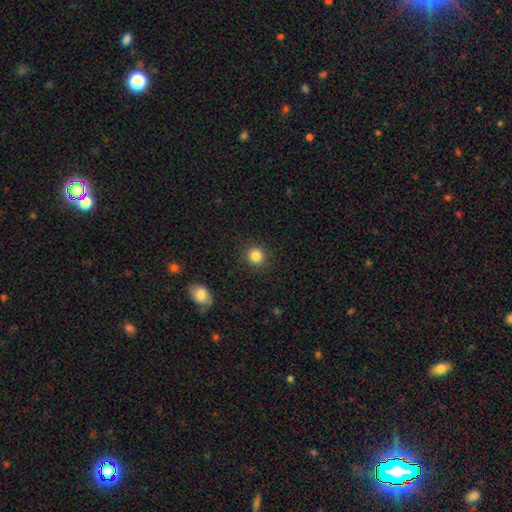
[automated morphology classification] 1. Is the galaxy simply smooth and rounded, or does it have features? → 85% smooth, 10% star or artifact, 4% featured or disk.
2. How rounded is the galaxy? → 90% round, 9% in between, 1% cigar-shaped.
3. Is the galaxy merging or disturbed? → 90% none, 6% minor disturbance, 2% major disturbance, 1% merger.